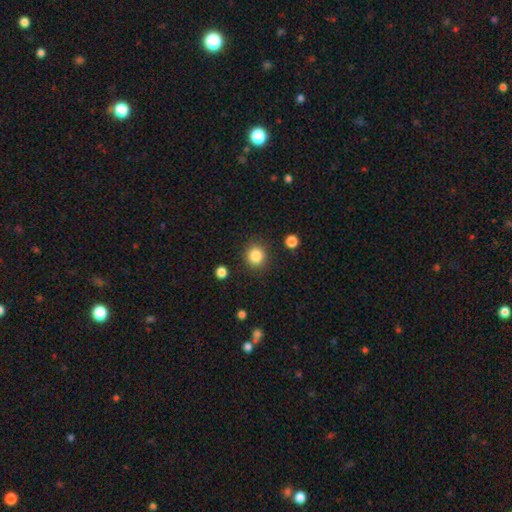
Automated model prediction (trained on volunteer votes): Smooth or featured? Predicted: smooth (p=0.85). How rounded? Predicted: round (p=0.89). Merging? Predicted: none (p=0.88).